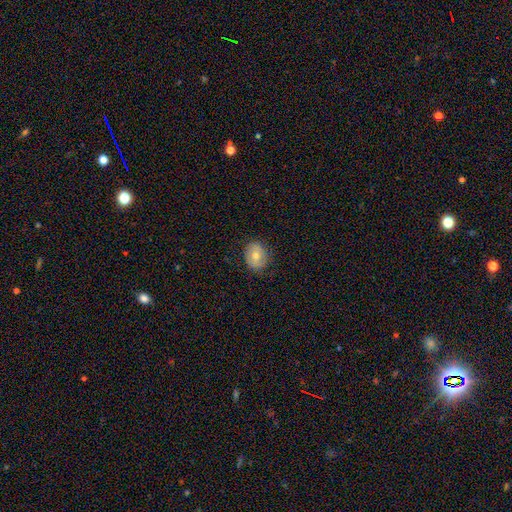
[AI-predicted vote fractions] smooth-or-featured: smooth: 60% | featured or disk: 31% | star or artifact: 9%
  how-rounded: round: 61% | in between: 38% | cigar-shaped: 1%
  merging: none: 83% | minor disturbance: 12% | major disturbance: 3% | merger: 1%